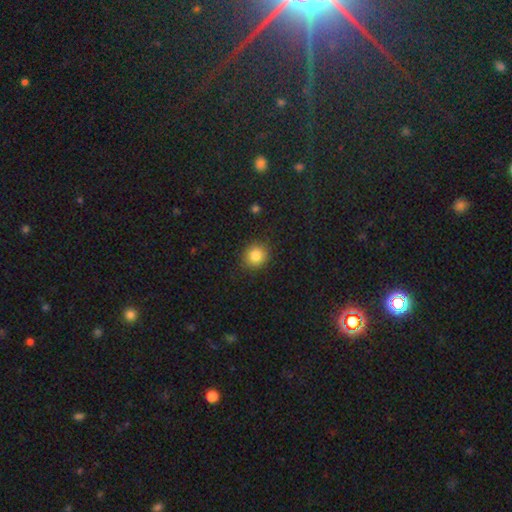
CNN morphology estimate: smooth_or_featured: smooth (p=0.83) [alt: star or artifact p=0.12]
how_rounded: round (p=0.87) [alt: in between p=0.12]
merging: none (p=0.89) [alt: minor disturbance p=0.08]